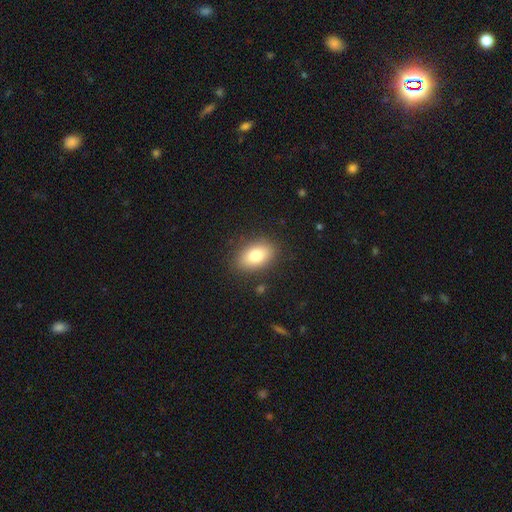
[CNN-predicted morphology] Smooth or featured: smooth — 80% (featured or disk — 12%)
How rounded: in between — 89% (round — 9%)
Merging: none — 86% (minor disturbance — 10%)